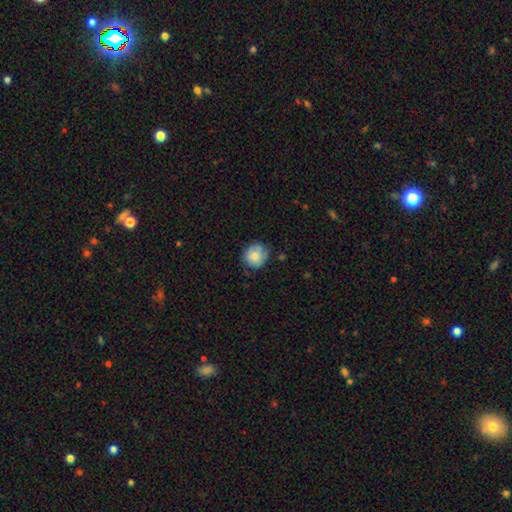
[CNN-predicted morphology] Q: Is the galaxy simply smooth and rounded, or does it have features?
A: smooth — 72%.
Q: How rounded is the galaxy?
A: round — 88%.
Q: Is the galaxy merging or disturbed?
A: none — 71%.